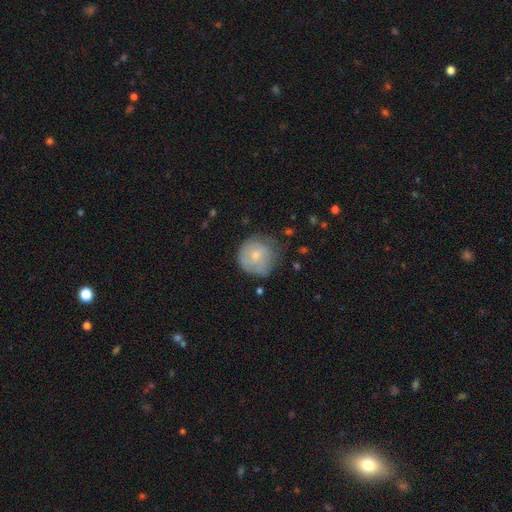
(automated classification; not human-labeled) Smooth or featured?
  - smooth: 67% *
  - featured or disk: 26%
  - star or artifact: 7%
How rounded?
  - round: 89% *
  - in between: 10%
  - cigar-shaped: 1%
Merging?
  - none: 55% *
  - minor disturbance: 31%
  - major disturbance: 12%
  - merger: 2%